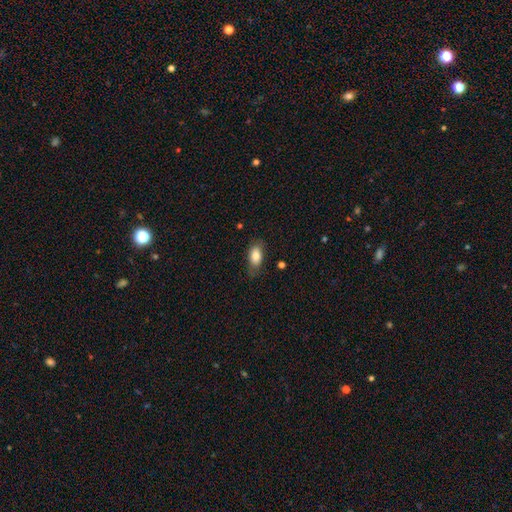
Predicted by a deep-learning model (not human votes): This appears to be a smooth galaxy with no disk features (83%) that is in between round and cigar-shaped (90%). Merging: none (71%).